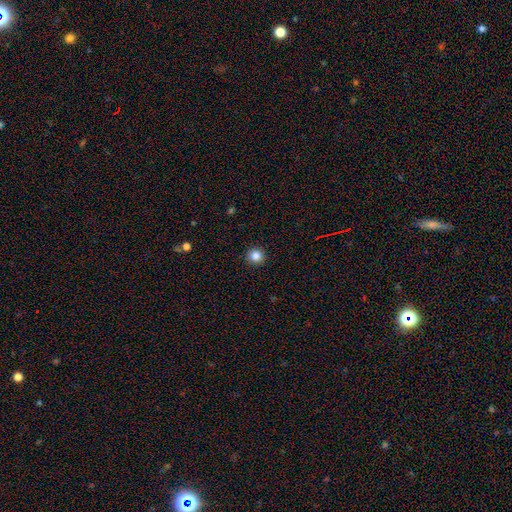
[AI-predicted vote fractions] smooth_or_featured: smooth (p=0.85) [alt: star or artifact p=0.11]
how_rounded: round (p=0.94) [alt: in between p=0.05]
merging: none (p=0.92) [alt: minor disturbance p=0.05]